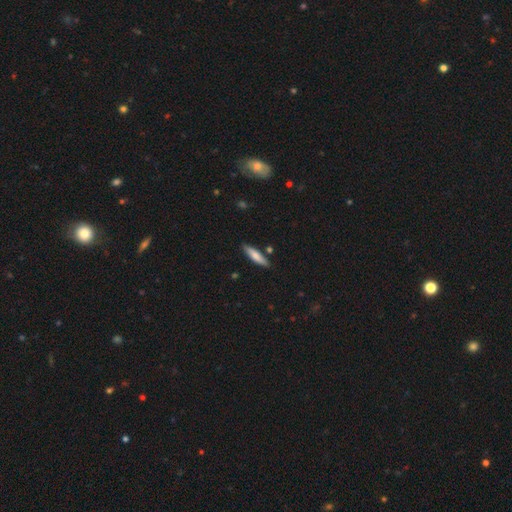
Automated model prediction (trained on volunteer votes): This appears to be a smooth galaxy with no disk features (70%) that is cigar-shaped (76%). Merging: none (84%).